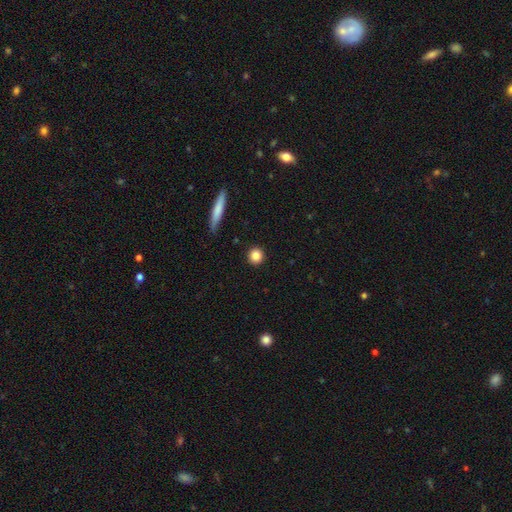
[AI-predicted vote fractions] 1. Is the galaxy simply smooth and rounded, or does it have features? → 84% smooth, 9% star or artifact, 7% featured or disk.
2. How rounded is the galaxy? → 93% round, 5% in between, 2% cigar-shaped.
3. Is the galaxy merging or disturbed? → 92% none, 5% minor disturbance, 2% major disturbance, 1% merger.